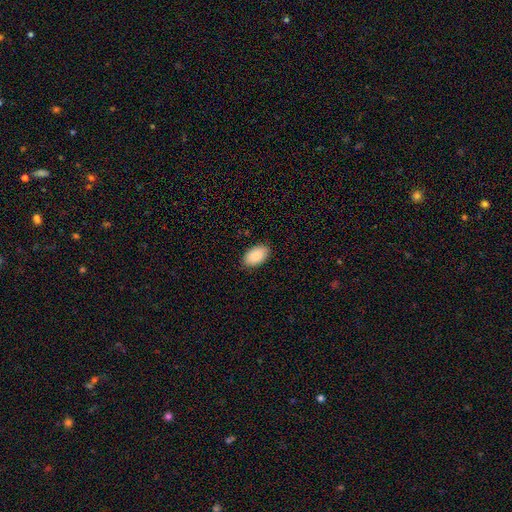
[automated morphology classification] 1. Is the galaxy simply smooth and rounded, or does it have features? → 88% smooth, 6% star or artifact, 6% featured or disk.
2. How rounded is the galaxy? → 94% in between, 4% round, 1% cigar-shaped.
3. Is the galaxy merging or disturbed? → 88% none, 10% minor disturbance, 2% major disturbance, 1% merger.